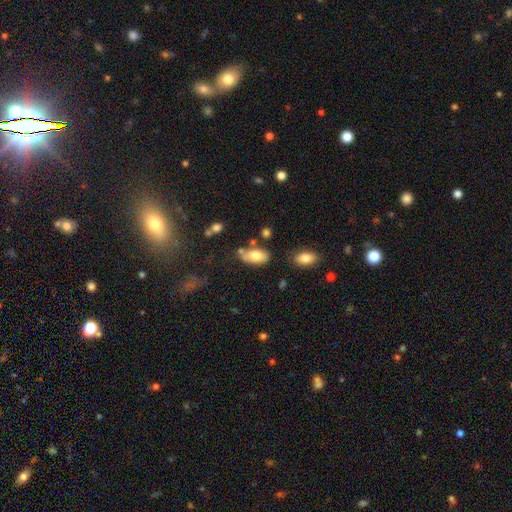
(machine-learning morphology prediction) Smooth or featured: smooth — 74% (featured or disk — 19%)
How rounded: in between — 93% (cigar-shaped — 4%)
Merging: none — 61% (minor disturbance — 22%)